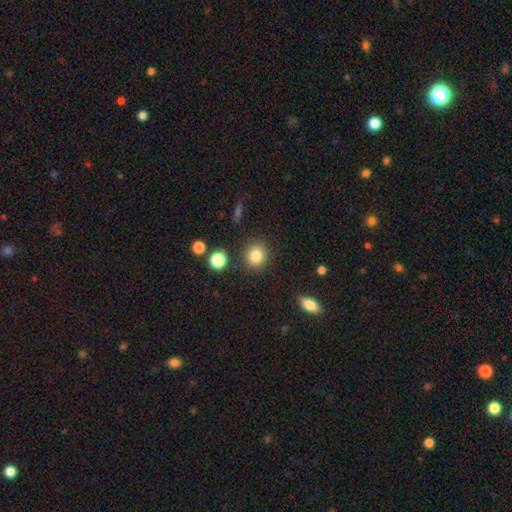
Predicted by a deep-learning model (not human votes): Smooth or featured? smooth (84%)
How rounded? round (85%)
Merging? none (86%)